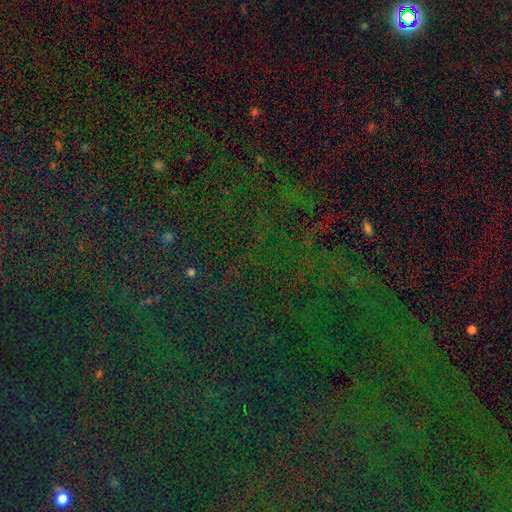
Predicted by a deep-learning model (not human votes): The model was most divided on "smooth or featured": star or artifact: 81%, smooth: 11%, featured or disk: 8%.